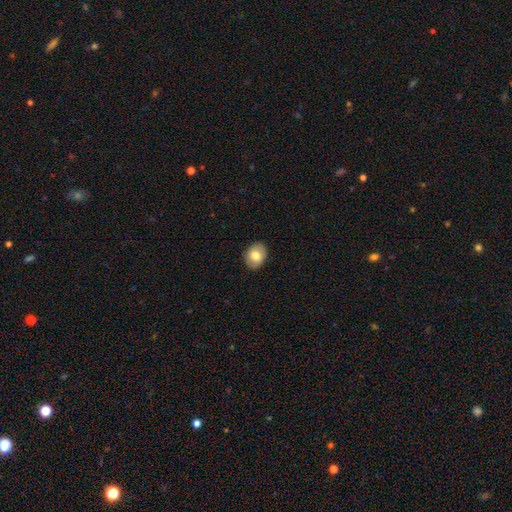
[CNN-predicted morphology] This is likely a smooth galaxy (75%). How rounded: likely in between (61%). Merging: clearly none (88%).